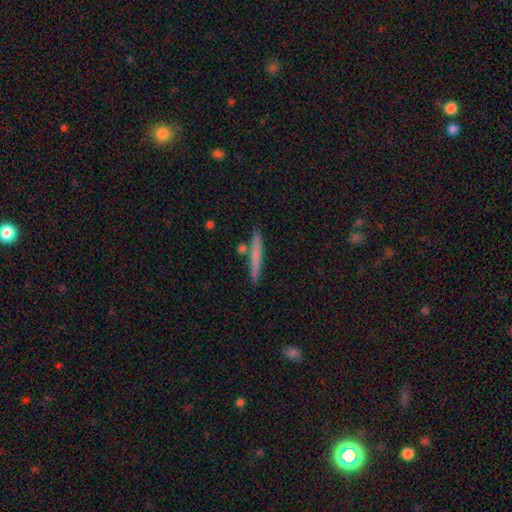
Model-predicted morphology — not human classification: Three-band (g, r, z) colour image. It shows a smooth galaxy with no disk features (62%) that is cigar-shaped (96%). Merging: none (84%).